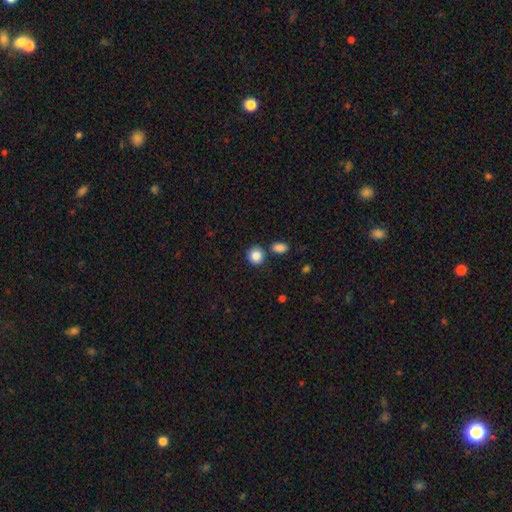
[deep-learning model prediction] This appears to be a smooth galaxy with no disk features (87%) that is round (86%). Merging: none (79%).